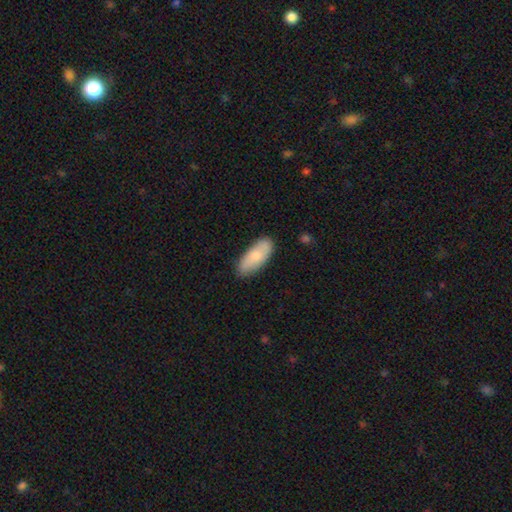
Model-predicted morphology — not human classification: type=smooth (78%); roundness=in between (81%); merging=none (81%).